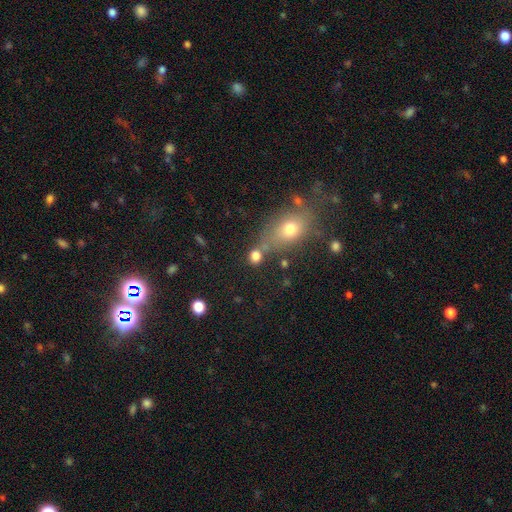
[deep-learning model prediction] Q: Smooth or featured?
A: smooth (78%); runner-up: star or artifact (14%)
Q: How rounded?
A: round (65%); runner-up: in between (33%)
Q: Merging?
A: none (58%); runner-up: merger (24%)